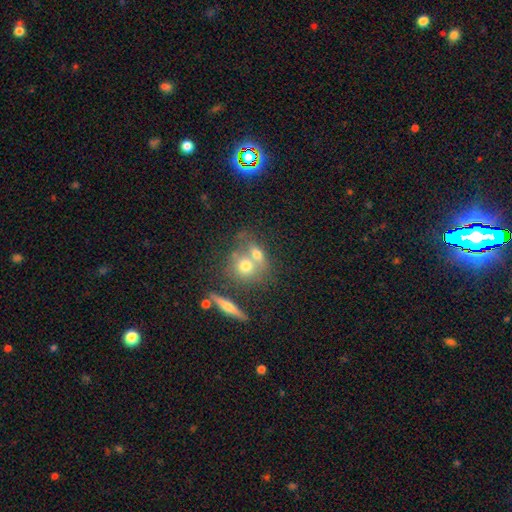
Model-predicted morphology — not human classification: A smooth galaxy with no disk features (53%) that is round (61%). Merging: merger (53%).